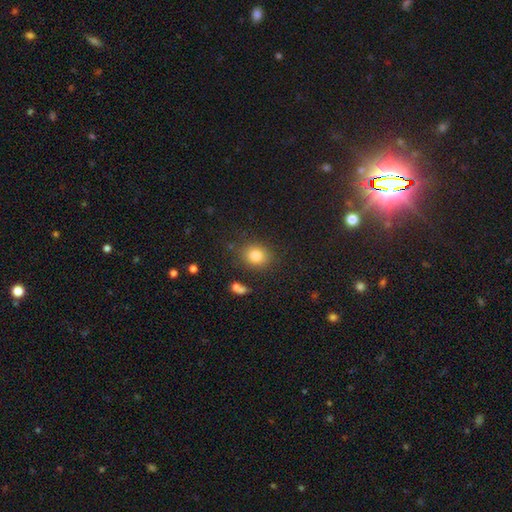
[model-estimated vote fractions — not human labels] Q: Smooth or featured?
A: smooth (81%); runner-up: star or artifact (12%)
Q: How rounded?
A: round (66%); runner-up: in between (33%)
Q: Merging?
A: none (83%); runner-up: minor disturbance (10%)